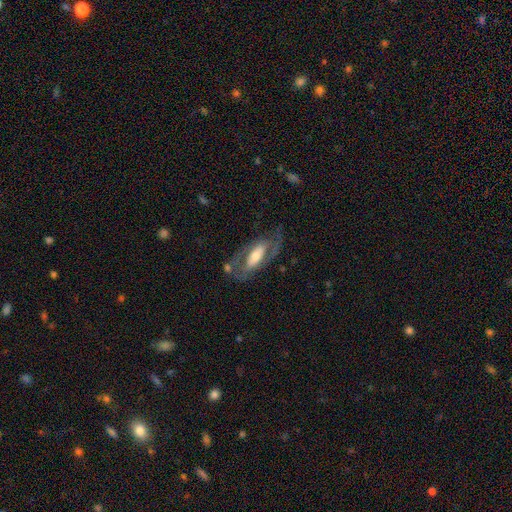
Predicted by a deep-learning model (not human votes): Smooth or featured? featured or disk (70%)
Edge-on disk? no (85%)
Bar? strong (36%)
Spiral arms? yes (67%)
Bulge size? moderate (44%)
Merging? none (63%)